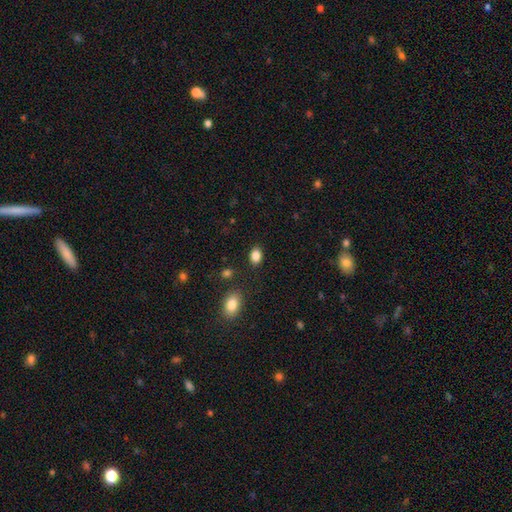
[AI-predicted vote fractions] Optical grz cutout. It shows a smooth galaxy with no disk features (86%) that is in between round and cigar-shaped (79%). Merging: none (84%).